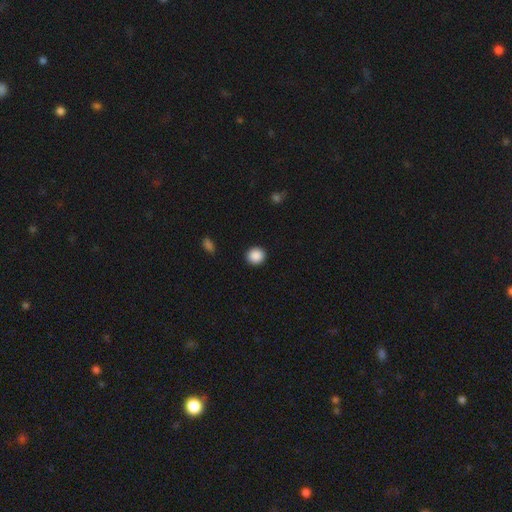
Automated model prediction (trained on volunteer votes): Smooth or featured?
  - smooth: 89% *
  - star or artifact: 8%
  - featured or disk: 3%
How rounded?
  - round: 87% *
  - in between: 12%
  - cigar-shaped: 1%
Merging?
  - none: 92% *
  - minor disturbance: 5%
  - major disturbance: 2%
  - merger: 1%